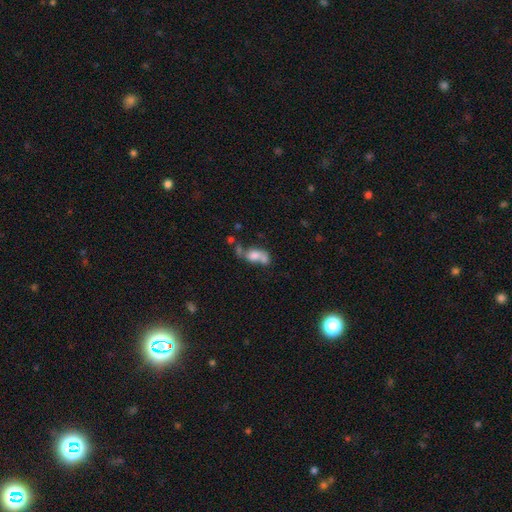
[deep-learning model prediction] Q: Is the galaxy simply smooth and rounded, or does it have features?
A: smooth — 64%.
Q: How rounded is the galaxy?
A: in between — 74%.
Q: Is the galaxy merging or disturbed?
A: merger — 56%.